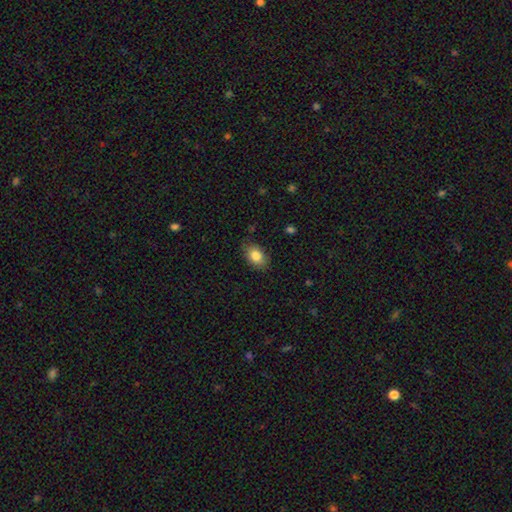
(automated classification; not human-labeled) Smooth or featured? smooth (84%)
How rounded? in between (81%)
Merging? none (79%)